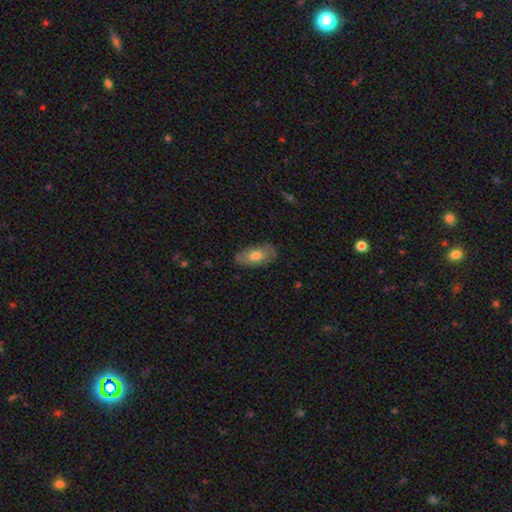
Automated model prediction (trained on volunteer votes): smooth_or_featured: smooth (p=0.62) [alt: featured or disk p=0.31]
how_rounded: in between (p=0.90) [alt: cigar-shaped p=0.06]
merging: none (p=0.76) [alt: minor disturbance p=0.18]